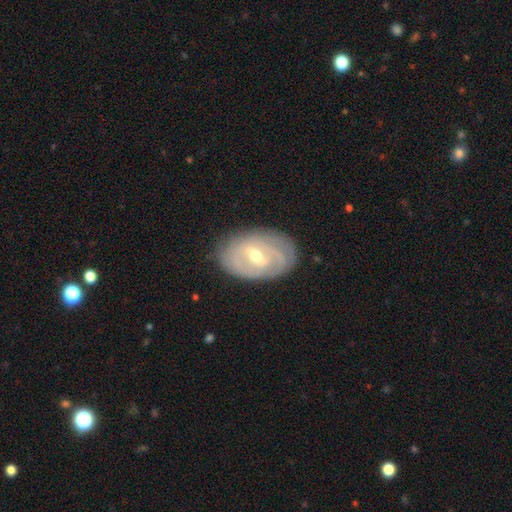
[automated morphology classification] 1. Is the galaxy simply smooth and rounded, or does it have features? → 80% featured or disk, 14% smooth, 6% star or artifact.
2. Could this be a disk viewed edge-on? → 94% no, 6% yes.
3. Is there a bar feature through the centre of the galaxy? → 50% weak, 36% strong, 14% no.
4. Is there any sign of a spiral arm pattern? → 85% yes, 15% no.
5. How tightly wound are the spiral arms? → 70% tight, 23% medium, 7% loose.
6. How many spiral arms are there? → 41% can't tell, 35% 2, 12% 3, 5% 4, 5% 1, 3% more than 4.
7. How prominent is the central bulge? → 56% moderate, 40% small, 2% large, 1% none, 1% dominant.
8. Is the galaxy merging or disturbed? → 79% none, 15% minor disturbance, 4% major disturbance, 1% merger.